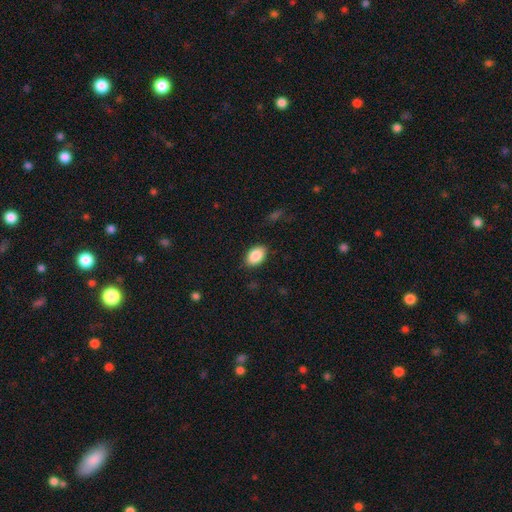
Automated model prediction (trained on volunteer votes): Smooth or featured? smooth (88%)
How rounded? in between (89%)
Merging? none (87%)